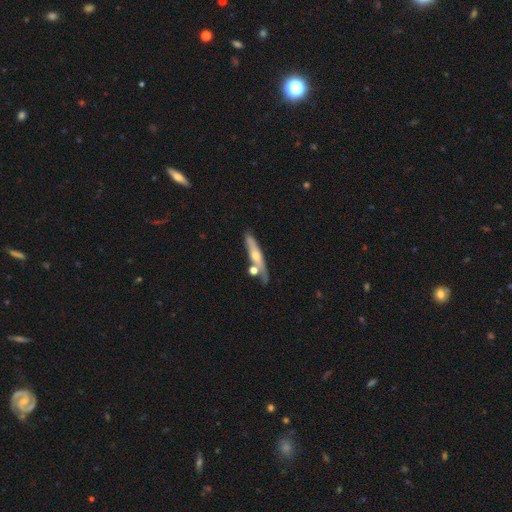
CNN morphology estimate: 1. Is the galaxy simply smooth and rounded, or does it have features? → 53% featured or disk, 40% smooth, 6% star or artifact.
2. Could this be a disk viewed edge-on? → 76% yes, 24% no.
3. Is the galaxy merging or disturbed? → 59% none, 19% merger, 17% minor disturbance, 6% major disturbance.